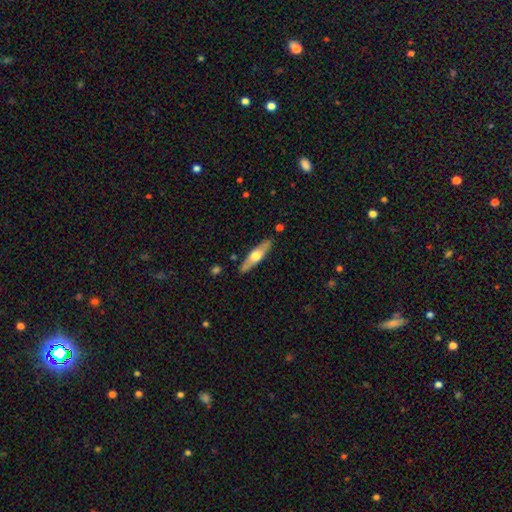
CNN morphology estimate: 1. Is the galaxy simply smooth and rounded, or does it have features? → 51% featured or disk, 44% smooth, 5% star or artifact.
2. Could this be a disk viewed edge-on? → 87% yes, 13% no.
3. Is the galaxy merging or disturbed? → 87% none, 9% minor disturbance, 2% merger, 2% major disturbance.